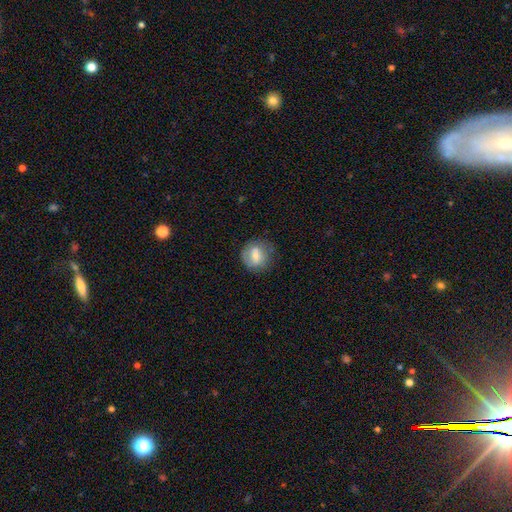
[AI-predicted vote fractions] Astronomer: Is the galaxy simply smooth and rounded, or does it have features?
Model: smooth — 62%.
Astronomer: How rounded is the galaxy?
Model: round — 80%.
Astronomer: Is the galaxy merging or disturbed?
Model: none — 72%.